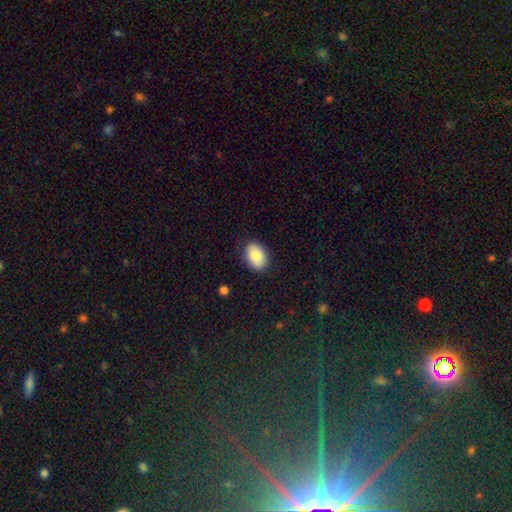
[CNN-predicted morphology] The model was most divided on "how rounded": in between: 83%, round: 16%, cigar-shaped: 1%. More confident: merging — none (85%); smooth or featured — smooth (81%).